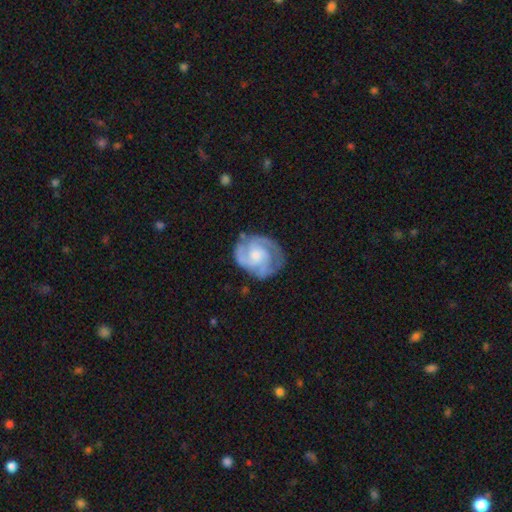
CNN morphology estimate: Smooth or featured?
  - featured or disk: 82% *
  - smooth: 13%
  - star or artifact: 5%
Edge-on disk?
  - no: 98% *
  - yes: 2%
Bar?
  - no: 68% *
  - weak: 28%
  - strong: 5%
Spiral arms?
  - yes: 96% *
  - no: 4%
Spiral winding?
  - tight: 50% *
  - medium: 40%
  - loose: 9%
Spiral arm count?
  - 3: 42% *
  - 2: 28%
  - can't tell: 15%
  - 4: 7%
  - 1: 4%
  - more than 4: 4%
Bulge size?
  - small: 43% *
  - moderate: 38%
  - none: 9%
  - large: 7%
  - dominant: 1%
Merging?
  - none: 67% *
  - minor disturbance: 21%
  - major disturbance: 10%
  - merger: 2%